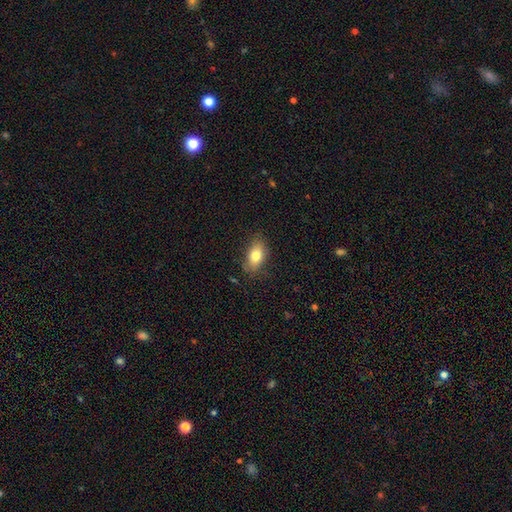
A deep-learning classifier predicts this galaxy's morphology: smooth 78%, featured or disk 14%, star or artifact 8%. Down the decision tree: how rounded — in between (87%); merging — none (79%).